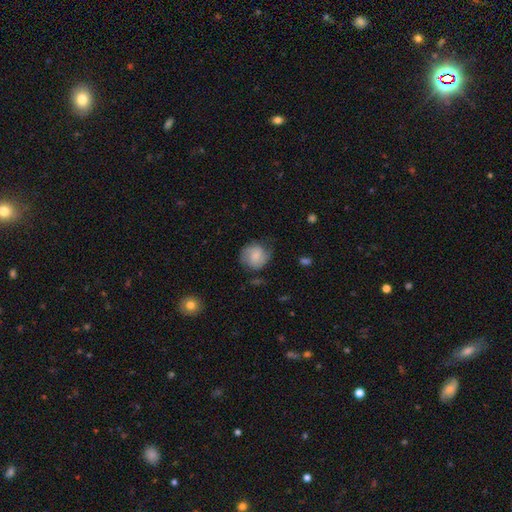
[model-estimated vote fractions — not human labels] A smooth galaxy with no disk features (53%) that is round (78%).

Vote fractions:
- Smooth or featured? smooth: 53% / featured or disk: 39% / star or artifact: 8%
- How rounded? round: 78% / in between: 21% / cigar-shaped: 1%
- Merging? none: 63% / minor disturbance: 25% / major disturbance: 10% / merger: 2%